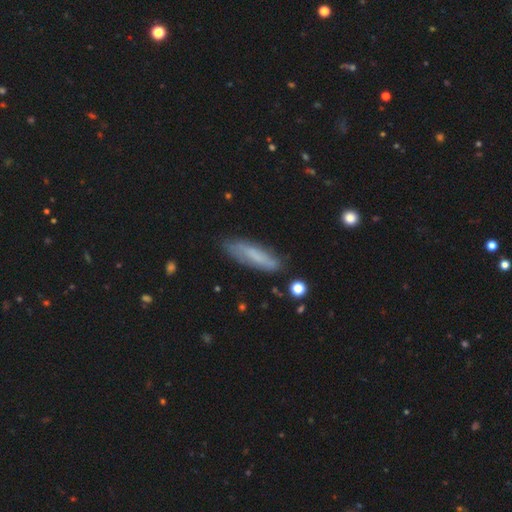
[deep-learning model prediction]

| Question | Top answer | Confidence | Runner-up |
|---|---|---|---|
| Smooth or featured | smooth | 61% | featured or disk (31%) |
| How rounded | cigar-shaped | 66% | in between (32%) |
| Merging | none | 75% | minor disturbance (18%) |